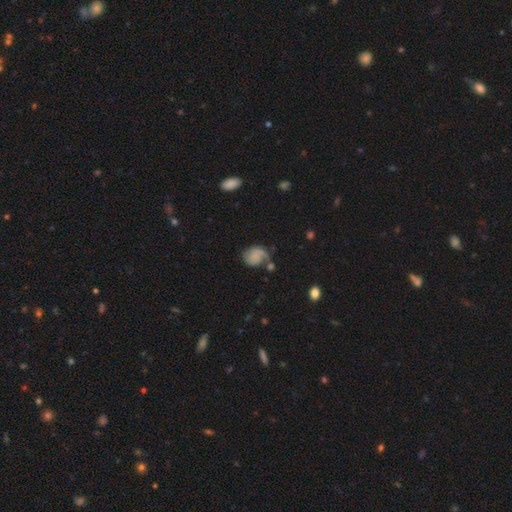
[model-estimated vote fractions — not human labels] Q: Smooth or featured?
A: smooth (49%); runner-up: featured or disk (40%)
Q: Merging?
A: none (42%); runner-up: minor disturbance (26%)